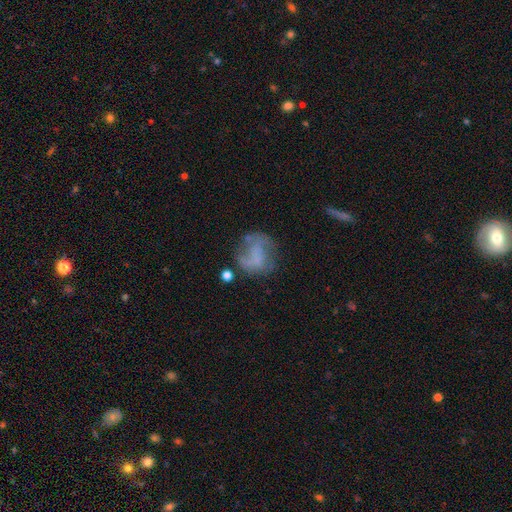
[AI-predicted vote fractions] Smooth or featured? featured or disk (53%)
Edge-on disk? no (97%)
Bar? no (65%)
Spiral arms? yes (62%)
Bulge size? none (72%)
Merging? none (51%)